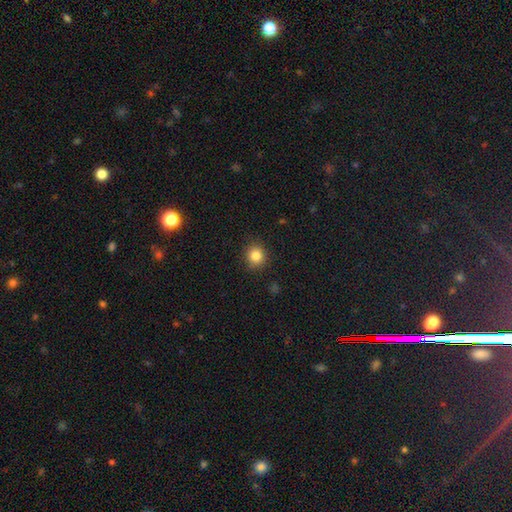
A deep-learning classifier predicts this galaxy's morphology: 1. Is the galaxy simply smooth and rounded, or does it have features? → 84% smooth, 11% star or artifact, 5% featured or disk.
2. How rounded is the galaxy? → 89% round, 10% in between, 1% cigar-shaped.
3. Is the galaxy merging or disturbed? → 89% none, 7% minor disturbance, 2% major disturbance, 1% merger.